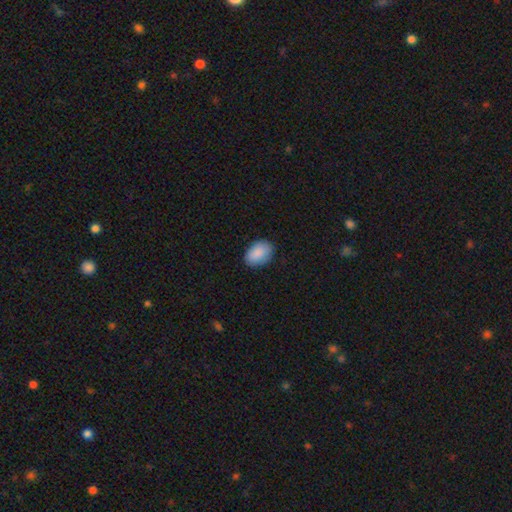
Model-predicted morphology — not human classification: Smooth or featured: smooth — 89% (star or artifact — 7%)
How rounded: in between — 86% (round — 13%)
Merging: none — 85% (minor disturbance — 12%)